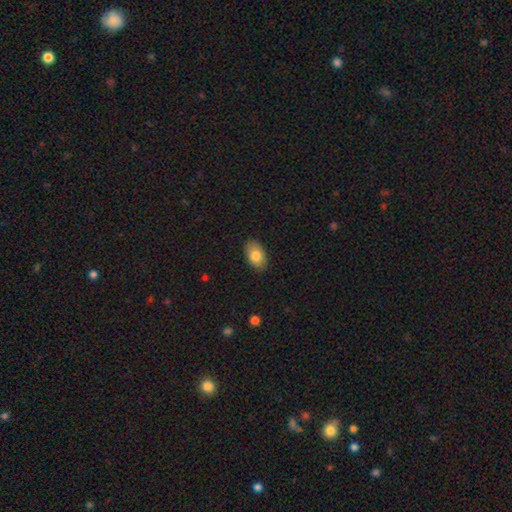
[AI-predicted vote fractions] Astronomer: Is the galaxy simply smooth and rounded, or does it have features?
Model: smooth — 82%.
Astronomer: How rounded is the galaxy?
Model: in between — 90%.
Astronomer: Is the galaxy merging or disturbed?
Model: none — 87%.